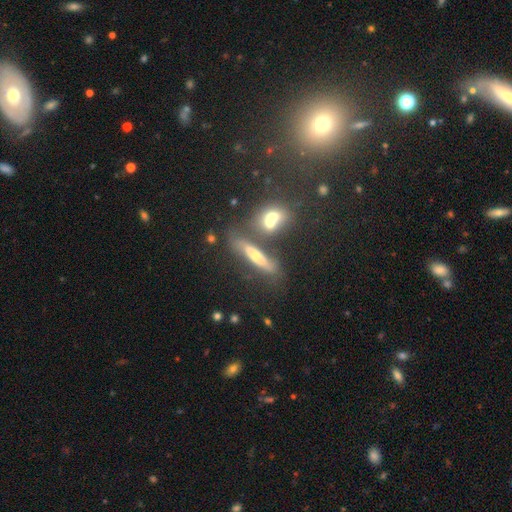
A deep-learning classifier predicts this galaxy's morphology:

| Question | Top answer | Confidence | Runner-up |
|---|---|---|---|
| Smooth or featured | featured or disk | 48% | smooth (39%) |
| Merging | none | 58% | merger (21%) |